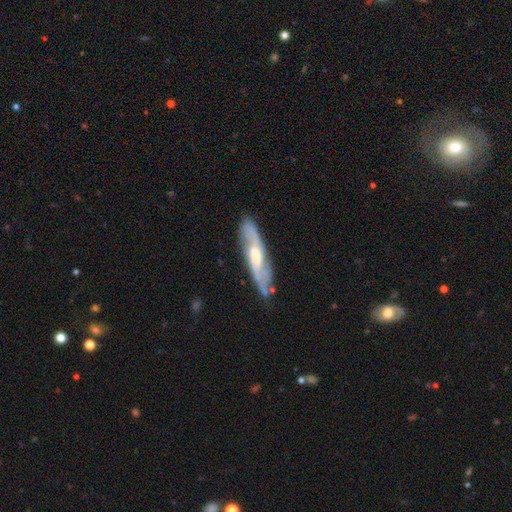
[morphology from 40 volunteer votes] Smooth or featured?
  - featured or disk: 92% *
  - smooth: 8%
  - star or artifact: 0%
Edge-on disk?
  - no: 62% *
  - yes: 38%
Bar?
  - no: 57% *
  - weak: 43%
  - strong: 0%
Spiral arms?
  - yes: 83% *
  - no: 17%
Spiral winding?
  - medium: 53% *
  - loose: 32%
  - tight: 16%
Spiral arm count?
  - 2: 68% *
  - can't tell: 21%
  - 3: 11%
  - 1: 0%
  - 4: 0%
  - more than 4: 0%
Bulge size?
  - moderate: 65% *
  - large: 17%
  - small: 13%
  - none: 4%
  - dominant: 0%
Merging?
  - none: 78% *
  - minor disturbance: 20%
  - major disturbance: 2%
  - merger: 0%